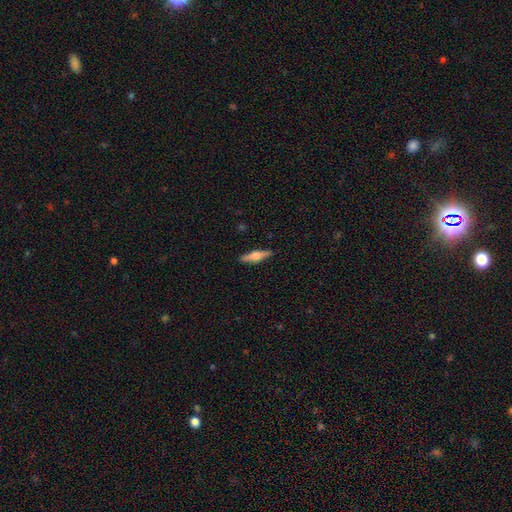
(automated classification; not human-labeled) smooth-or-featured: featured or disk: 52% | smooth: 42% | star or artifact: 6%
  disk-edge-on: yes: 95% | no: 5%
  merging: none: 90% | minor disturbance: 7% | major disturbance: 2% | merger: 1%